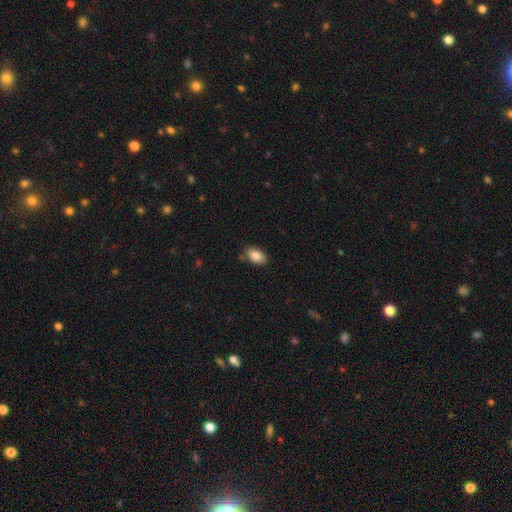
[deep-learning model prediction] This appears to be a smooth galaxy with no disk features (85%) that is in between round and cigar-shaped (89%). Merging: none (83%).